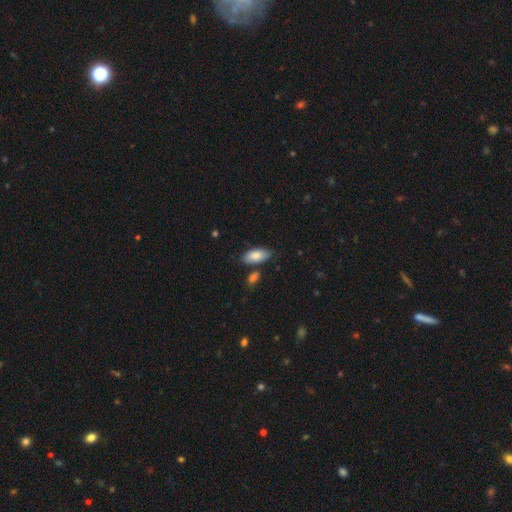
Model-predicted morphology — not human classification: This is clearly a smooth galaxy (84%). How rounded: clearly in between (91%). Merging: likely none (75%).